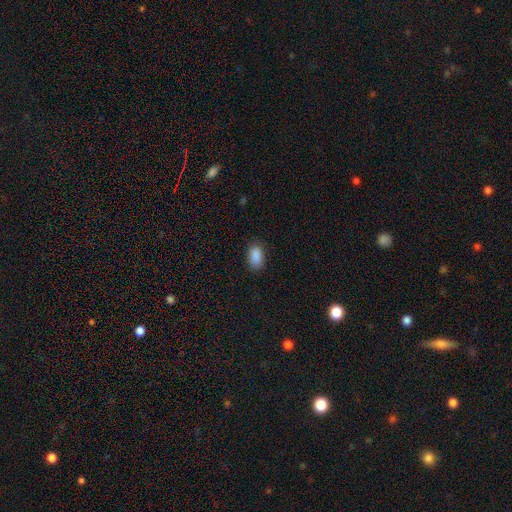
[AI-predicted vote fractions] A smooth galaxy with no disk features (89%) that is in between round and cigar-shaped (92%).

Vote fractions:
- Smooth or featured? smooth: 89% / star or artifact: 8% / featured or disk: 3%
- How rounded? in between: 92% / round: 6% / cigar-shaped: 2%
- Merging? none: 85% / minor disturbance: 11% / major disturbance: 3% / merger: 1%